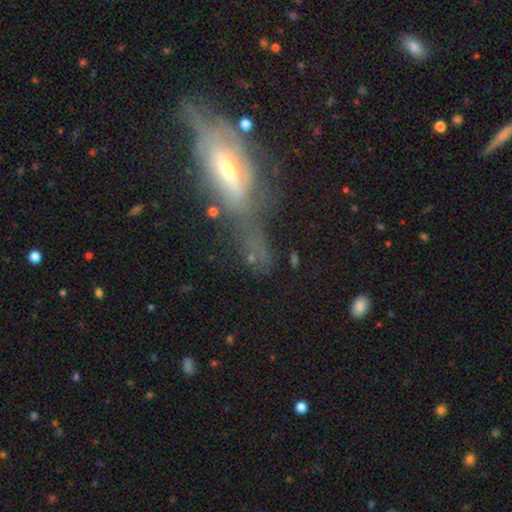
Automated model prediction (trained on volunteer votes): Smooth or featured? smooth (42%)
Merging? none (35%)